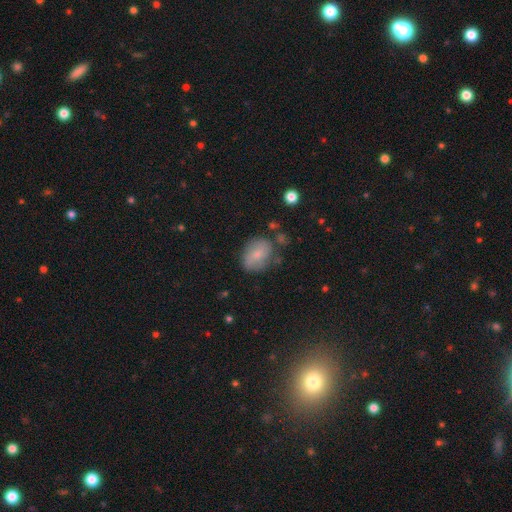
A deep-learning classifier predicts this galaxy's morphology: smooth_or_featured: smooth (p=0.70) [alt: featured or disk p=0.23]
how_rounded: in between (p=0.68) [alt: round p=0.30]
merging: none (p=0.63) [alt: minor disturbance p=0.23]